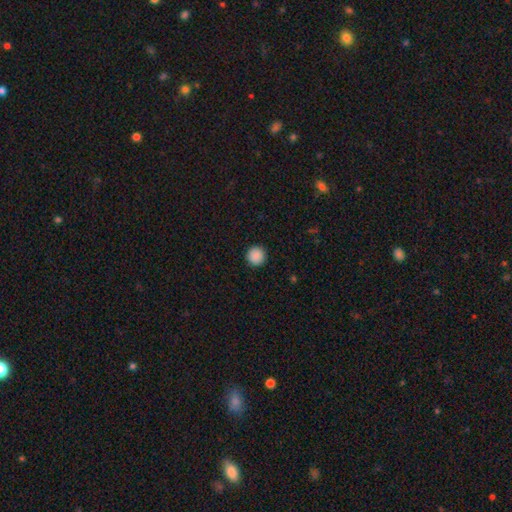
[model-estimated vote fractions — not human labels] Smooth or featured: smooth — 89% (star or artifact — 9%)
How rounded: round — 96% (in between — 3%)
Merging: none — 93% (minor disturbance — 4%)